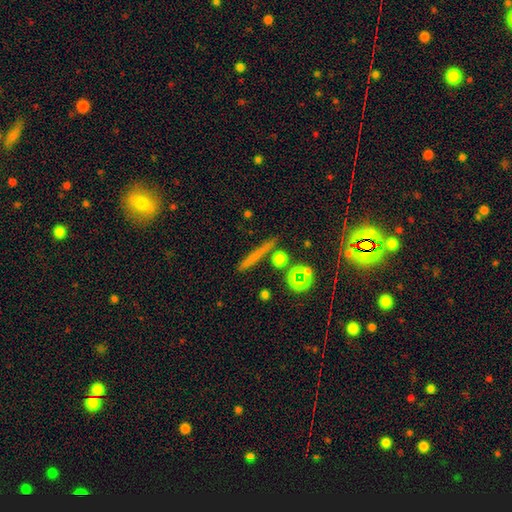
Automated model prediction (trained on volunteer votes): smooth-or-featured: smooth: 46% | featured or disk: 31% | star or artifact: 23%
  merging: none: 81% | minor disturbance: 10% | merger: 5% | major disturbance: 4%